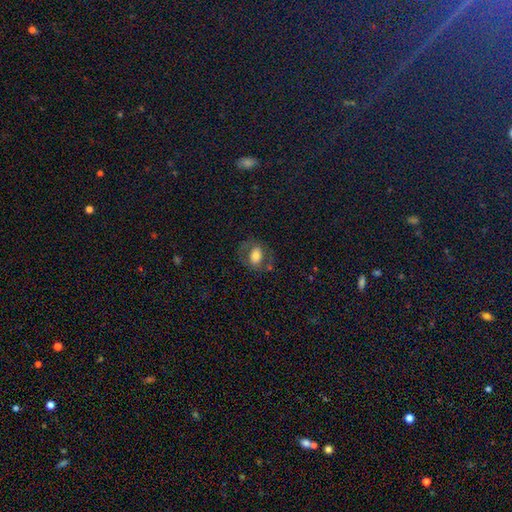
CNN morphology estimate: type=smooth (60%); roundness=in between (70%); merging=none (67%).